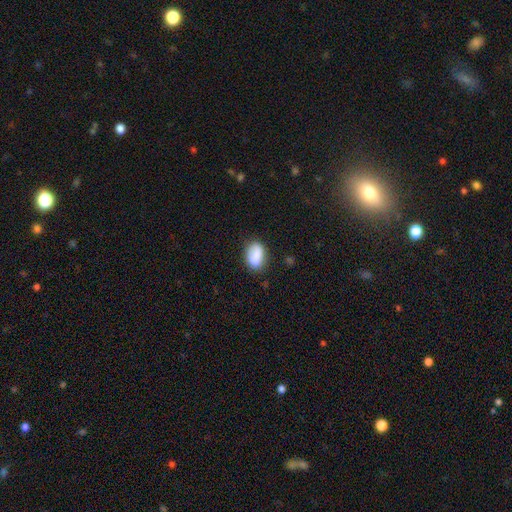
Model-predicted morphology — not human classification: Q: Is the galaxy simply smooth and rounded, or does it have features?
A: smooth — 80%.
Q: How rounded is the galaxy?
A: in between — 85%.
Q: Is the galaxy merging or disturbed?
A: none — 75%.